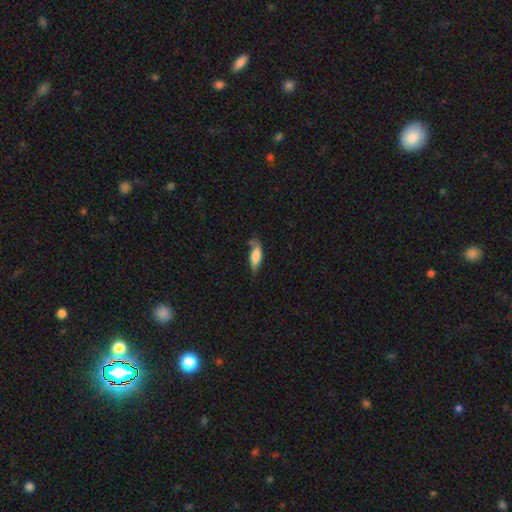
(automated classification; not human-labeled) A smooth galaxy with no disk features (74%) that is in between round and cigar-shaped (54%). Merging: none (59%).